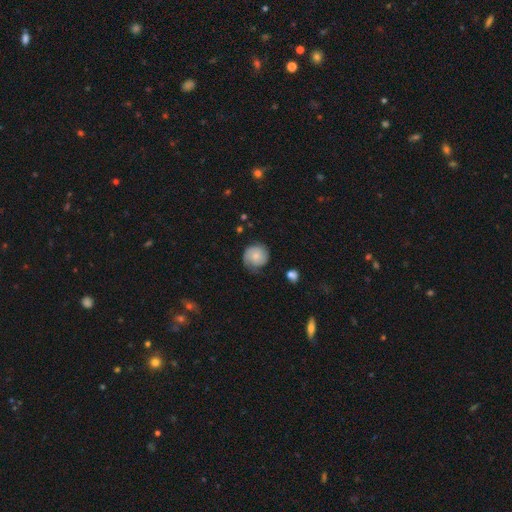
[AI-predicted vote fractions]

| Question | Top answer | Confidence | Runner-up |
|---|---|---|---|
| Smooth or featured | smooth | 57% | featured or disk (35%) |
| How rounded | round | 89% | in between (10%) |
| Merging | none | 66% | minor disturbance (25%) |